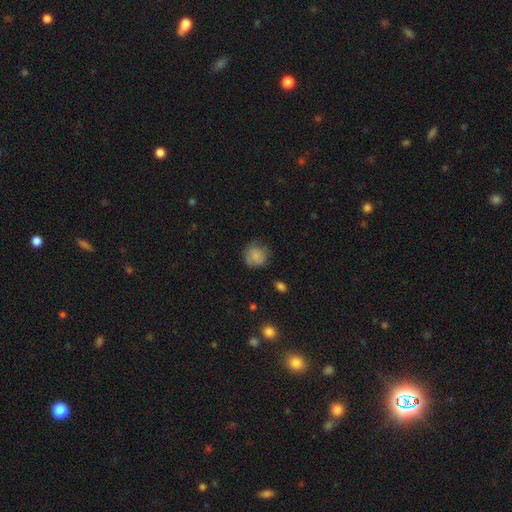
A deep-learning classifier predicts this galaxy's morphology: A smooth galaxy with no disk features (74%) that is round (86%). Merging: none (70%).